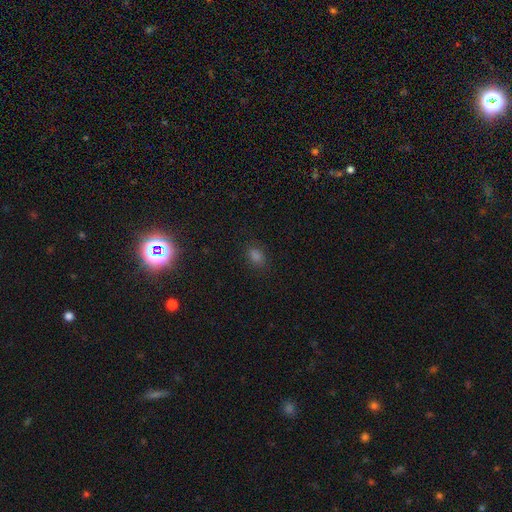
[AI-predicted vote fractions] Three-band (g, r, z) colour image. It shows a smooth galaxy with no disk features (70%) that is in between round and cigar-shaped (71%). Merging: none (85%).